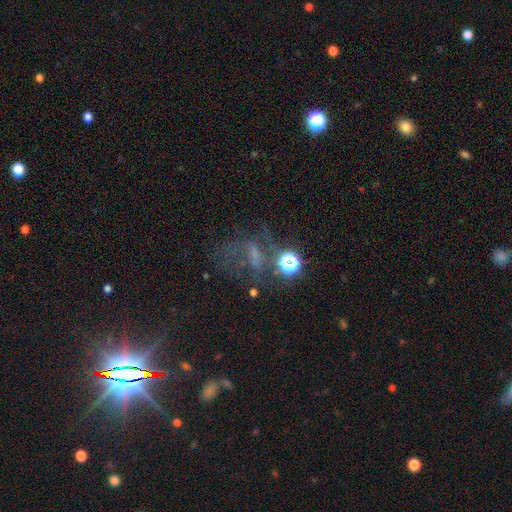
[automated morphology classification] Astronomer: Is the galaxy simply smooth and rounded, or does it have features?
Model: star or artifact — 35% (runner-up: featured or disk, 33%).